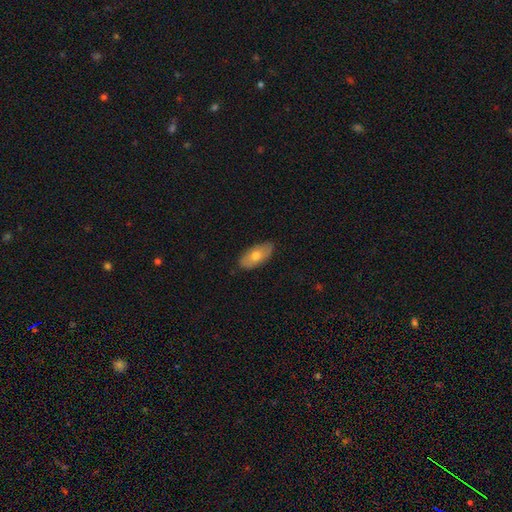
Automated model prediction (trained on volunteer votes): Morphology: type=smooth (65%); roundness=in between (92%); merging=none (83%).